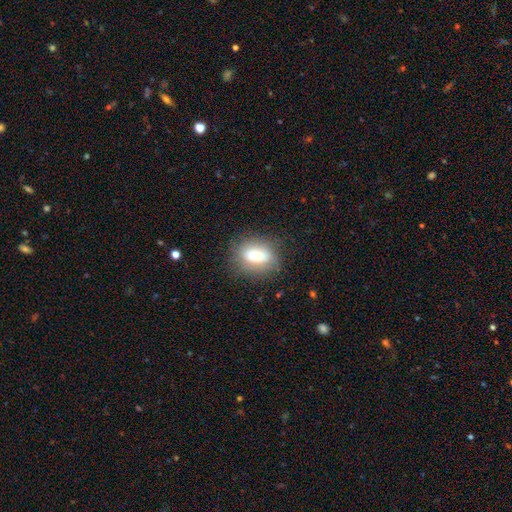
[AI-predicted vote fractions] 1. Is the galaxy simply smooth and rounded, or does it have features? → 71% smooth, 19% featured or disk, 10% star or artifact.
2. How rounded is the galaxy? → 64% in between, 34% round, 3% cigar-shaped.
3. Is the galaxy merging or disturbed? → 77% none, 15% minor disturbance, 6% major disturbance, 2% merger.